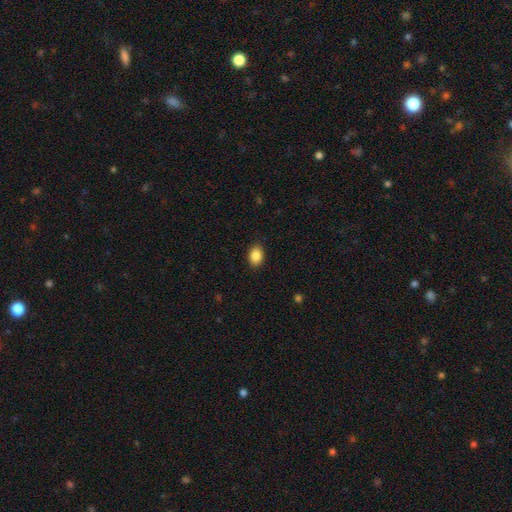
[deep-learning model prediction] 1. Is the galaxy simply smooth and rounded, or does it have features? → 87% smooth, 8% star or artifact, 5% featured or disk.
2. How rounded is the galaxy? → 75% in between, 24% round, 1% cigar-shaped.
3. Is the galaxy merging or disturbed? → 88% none, 9% minor disturbance, 2% major disturbance, 1% merger.